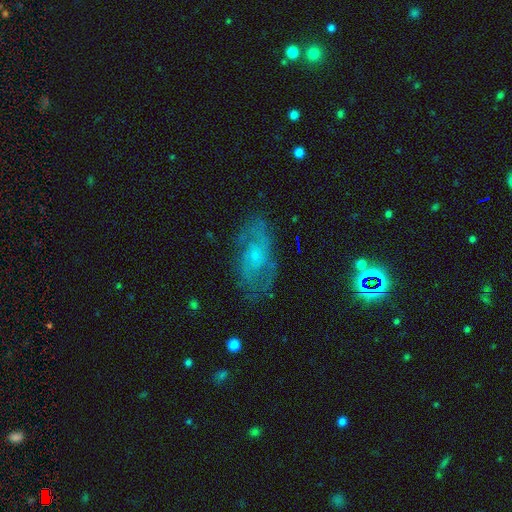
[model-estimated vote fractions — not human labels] smooth_or_featured: featured or disk (p=0.65) [alt: smooth p=0.23]
disk_edge_on: no (p=0.94) [alt: yes p=0.06]
bar: no (p=0.71) [alt: weak p=0.25]
has_spiral_arms: yes (p=0.78) [alt: no p=0.22]
bulge_size: small (p=0.65) [alt: moderate p=0.21]
merging: none (p=0.69) [alt: minor disturbance p=0.20]